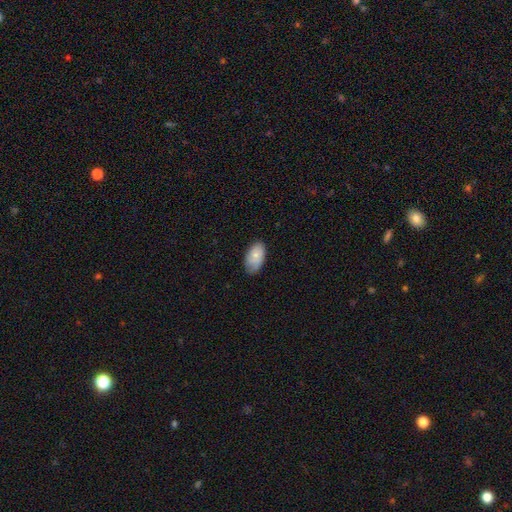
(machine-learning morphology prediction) This is likely a smooth galaxy (80%). How rounded: clearly in between (94%). Merging: likely none (70%).